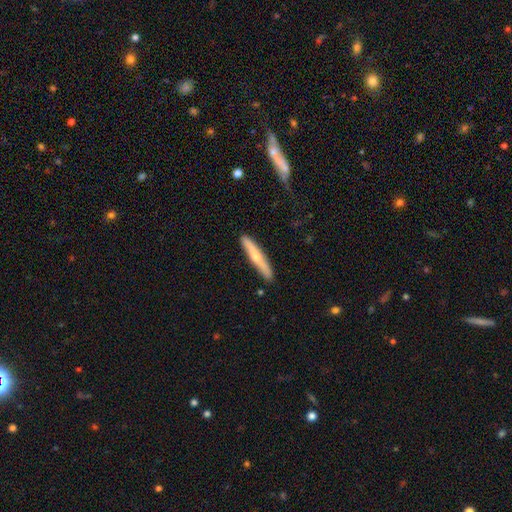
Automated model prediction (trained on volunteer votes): A smooth galaxy with no disk features (52%) that is cigar-shaped (94%).

Vote fractions:
- Smooth or featured? smooth: 52% / featured or disk: 43% / star or artifact: 5%
- How rounded? cigar-shaped: 94% / in between: 5% / round: 1%
- Merging? none: 88% / minor disturbance: 9% / major disturbance: 2% / merger: 2%